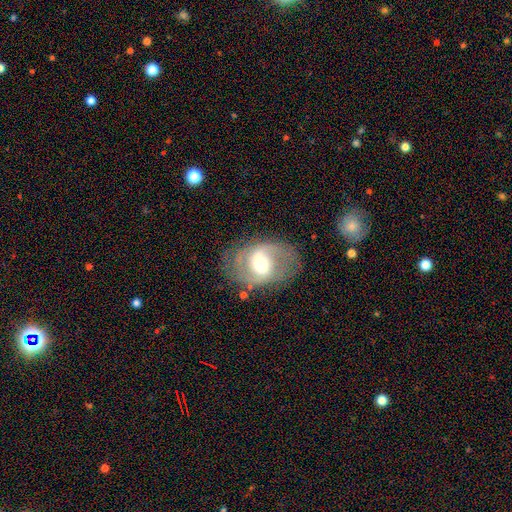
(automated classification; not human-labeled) smooth_or_featured: featured or disk (p=0.73) [alt: smooth p=0.19]
disk_edge_on: no (p=0.96) [alt: yes p=0.04]
bar: weak (p=0.48) [alt: strong p=0.28]
has_spiral_arms: yes (p=0.83) [alt: no p=0.17]
spiral_winding: medium (p=0.44) [alt: tight p=0.29]
spiral_arm_count: 2 (p=0.75) [alt: can't tell p=0.15]
bulge_size: moderate (p=0.68) [alt: small p=0.17]
merging: none (p=0.70) [alt: minor disturbance p=0.18]